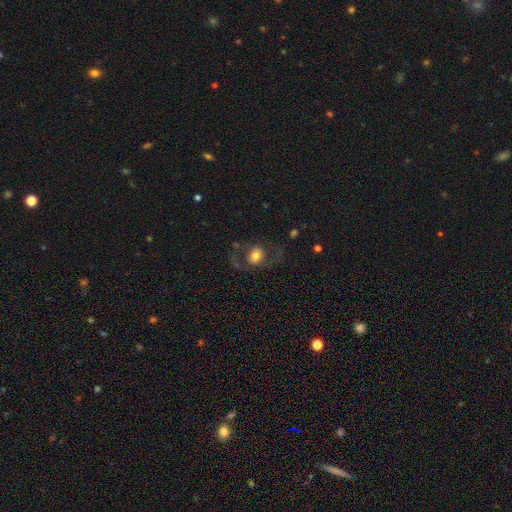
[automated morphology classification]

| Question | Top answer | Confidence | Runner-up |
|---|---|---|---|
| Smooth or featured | smooth | 50% | featured or disk (41%) |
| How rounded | round | 66% | in between (33%) |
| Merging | none | 65% | major disturbance (19%) |